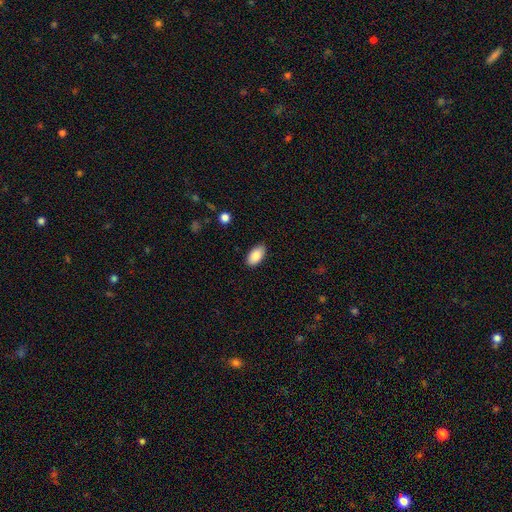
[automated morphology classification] type=smooth (88%); roundness=in between (95%); merging=none (87%).